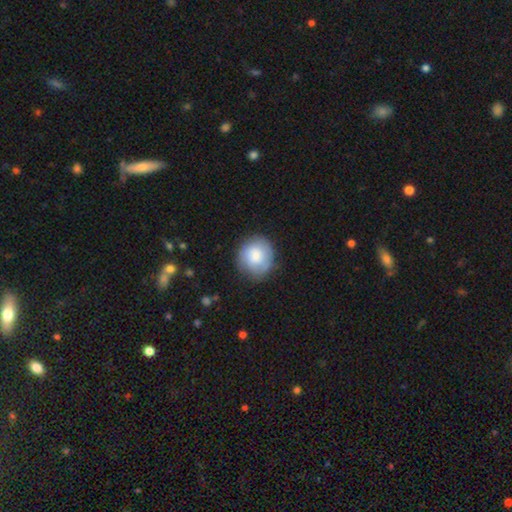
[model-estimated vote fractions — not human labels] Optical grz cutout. It shows a smooth galaxy with no disk features (76%) that is round (82%). Merging: none (75%).